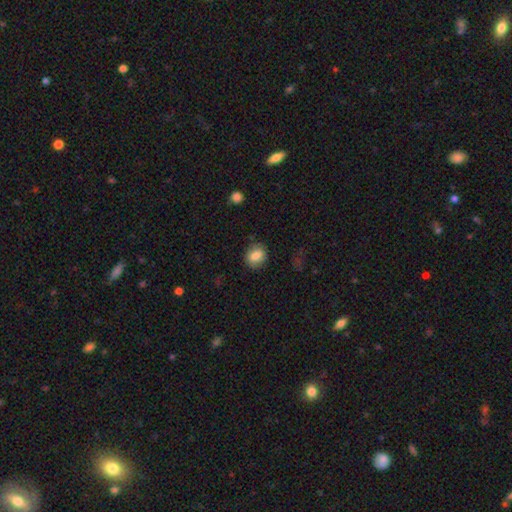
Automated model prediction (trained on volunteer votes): Morphology: type=smooth (83%); roundness=round (66%); merging=none (84%).